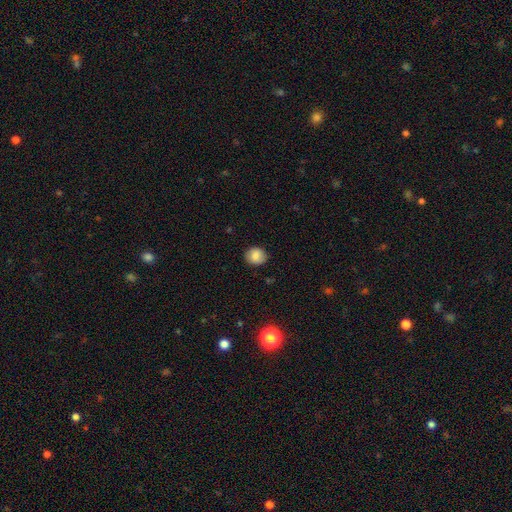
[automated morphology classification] Q: Smooth or featured?
A: smooth (84%); runner-up: star or artifact (9%)
Q: How rounded?
A: round (69%); runner-up: in between (31%)
Q: Merging?
A: none (85%); runner-up: minor disturbance (11%)